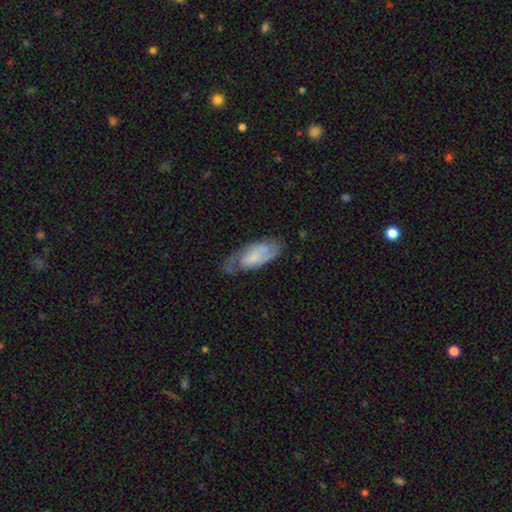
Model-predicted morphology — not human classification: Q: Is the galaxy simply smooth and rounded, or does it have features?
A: featured or disk — 67%.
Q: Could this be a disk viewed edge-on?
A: no — 91%.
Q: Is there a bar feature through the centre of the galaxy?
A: no — 48%.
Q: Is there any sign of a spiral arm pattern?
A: yes — 91%.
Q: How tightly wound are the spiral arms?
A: medium — 45%.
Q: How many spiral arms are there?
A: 2 — 73%.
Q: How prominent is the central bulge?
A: small — 43%.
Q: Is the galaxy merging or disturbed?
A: none — 66%.